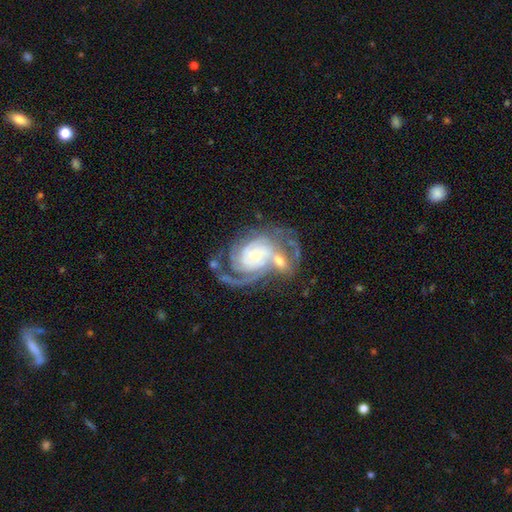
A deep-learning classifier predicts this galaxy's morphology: Smooth or featured? featured or disk (88%)
Edge-on disk? no (97%)
Bar? no (59%)
Spiral arms? yes (96%)
Spiral winding? tight (52%)
Spiral arm count? 2 (31%)
Bulge size? small (66%)
Merging? merger (37%)